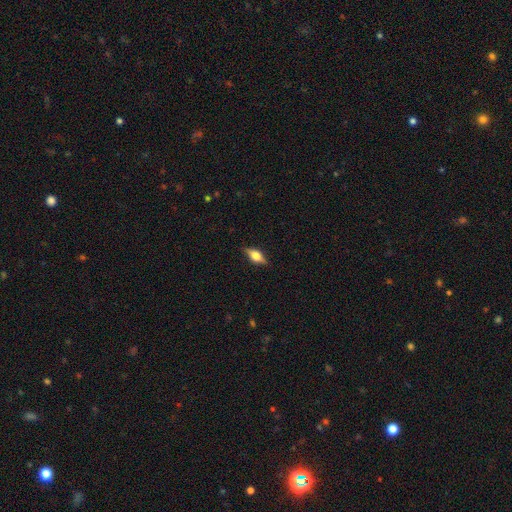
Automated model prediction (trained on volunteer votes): Q: Smooth or featured?
A: featured or disk (47%); runner-up: smooth (45%)
Q: Merging?
A: none (82%); runner-up: minor disturbance (14%)